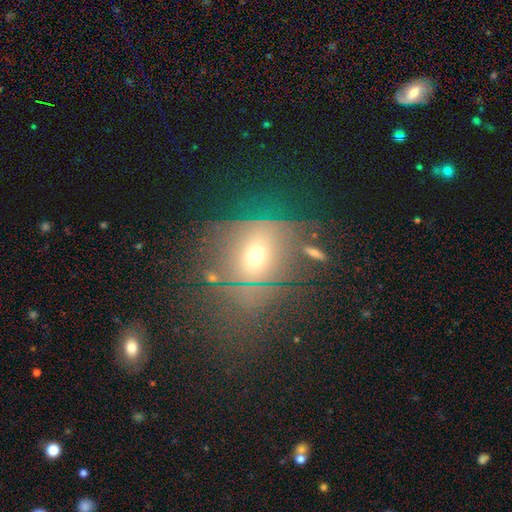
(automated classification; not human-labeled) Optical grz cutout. It shows a smooth galaxy with no disk features (43%). Merging: none (42%).